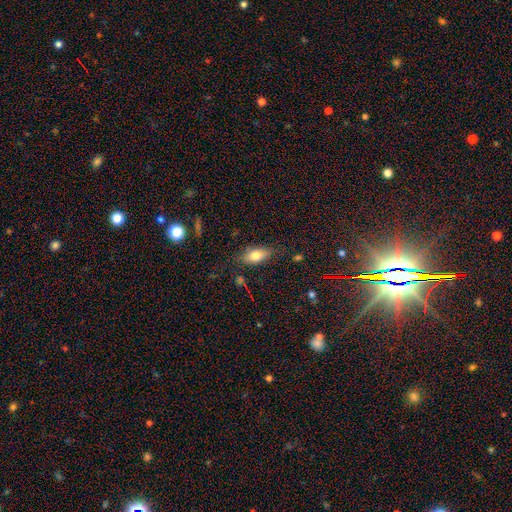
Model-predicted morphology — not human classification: Smooth or featured? smooth (76%)
How rounded? in between (85%)
Merging? none (79%)